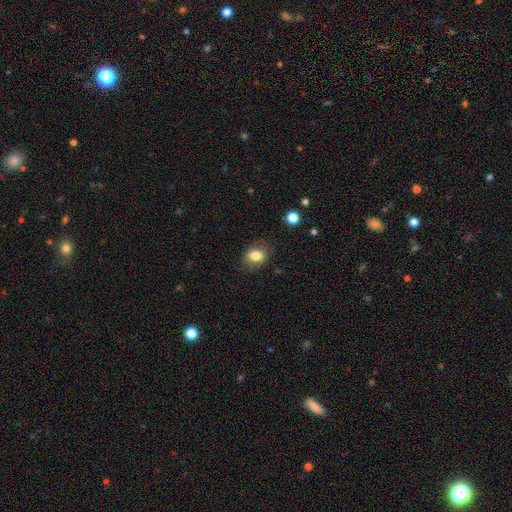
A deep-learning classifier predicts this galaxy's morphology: Smooth or featured? smooth (82%)
How rounded? in between (63%)
Merging? none (77%)